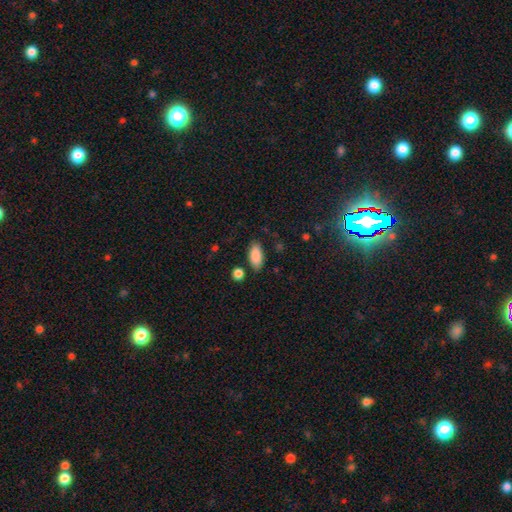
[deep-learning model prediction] A smooth galaxy with no disk features (88%) that is in between round and cigar-shaped (88%).

Vote fractions:
- Smooth or featured? smooth: 88% / star or artifact: 7% / featured or disk: 5%
- How rounded? in between: 88% / cigar-shaped: 9% / round: 3%
- Merging? none: 82% / minor disturbance: 12% / merger: 3% / major disturbance: 3%